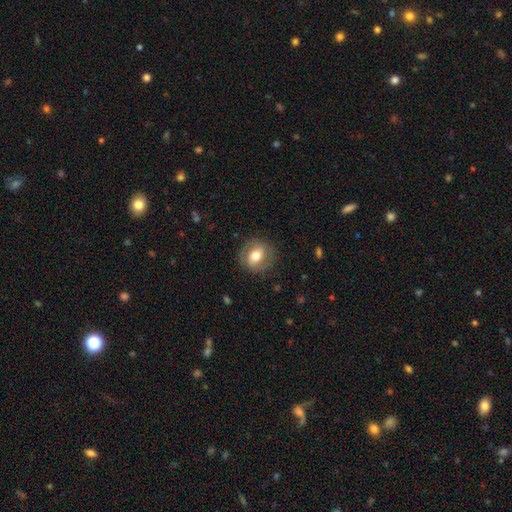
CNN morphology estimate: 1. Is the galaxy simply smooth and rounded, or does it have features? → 58% smooth, 34% featured or disk, 8% star or artifact.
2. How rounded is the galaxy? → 68% round, 30% in between, 1% cigar-shaped.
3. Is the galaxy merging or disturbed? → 82% none, 12% minor disturbance, 5% major disturbance, 1% merger.